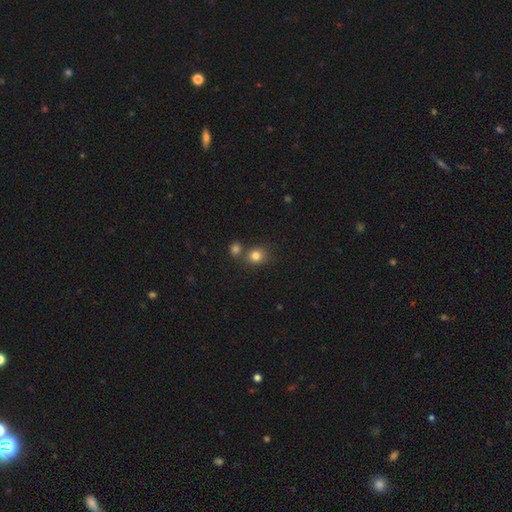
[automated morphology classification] smooth_or_featured: smooth (p=0.80) [alt: star or artifact p=0.13]
how_rounded: round (p=0.80) [alt: in between p=0.19]
merging: none (p=0.65) [alt: merger p=0.24]